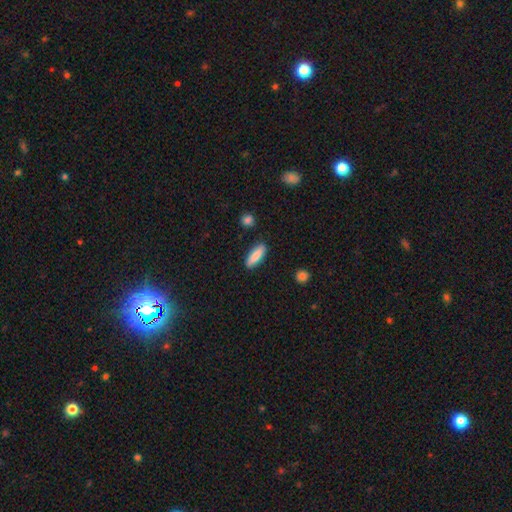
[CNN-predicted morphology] Smooth or featured? smooth (85%)
How rounded? in between (52%)
Merging? none (87%)